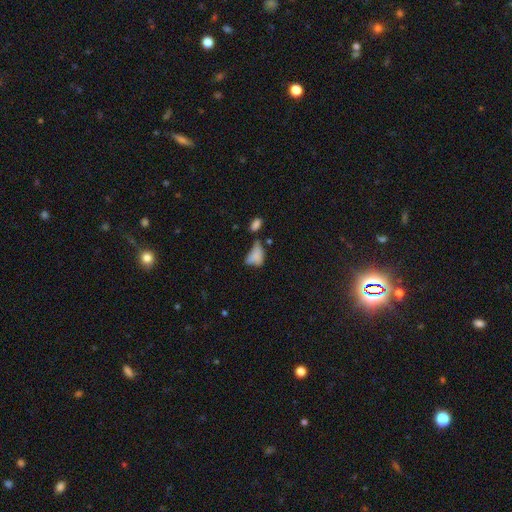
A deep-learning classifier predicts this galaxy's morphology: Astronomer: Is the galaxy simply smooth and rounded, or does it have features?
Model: smooth — 69%.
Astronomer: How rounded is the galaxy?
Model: in between — 85%.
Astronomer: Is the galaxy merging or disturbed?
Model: major disturbance — 28%, tied with minor disturbance at 28%.